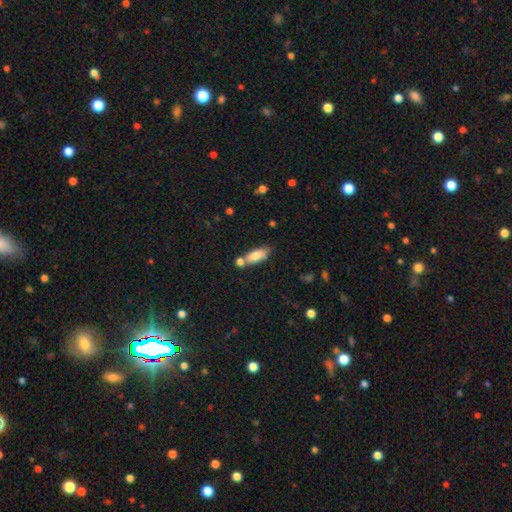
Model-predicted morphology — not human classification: This is likely a smooth galaxy (79%). How rounded: likely in between (75%). Merging: possibly none (58%).